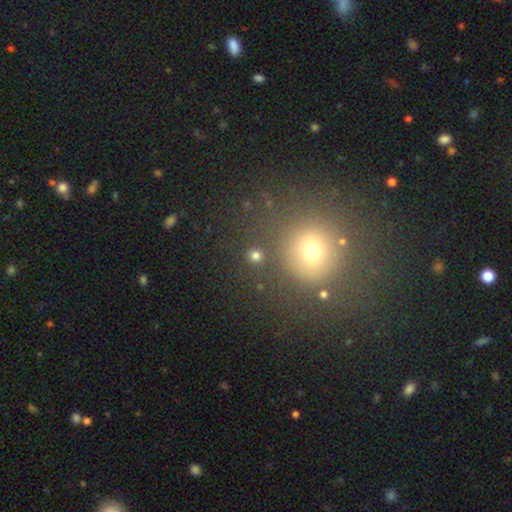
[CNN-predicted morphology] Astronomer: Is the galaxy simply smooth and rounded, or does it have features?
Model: smooth — 76%.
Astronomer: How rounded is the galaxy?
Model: round — 88%.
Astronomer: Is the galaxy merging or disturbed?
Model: none — 85%.